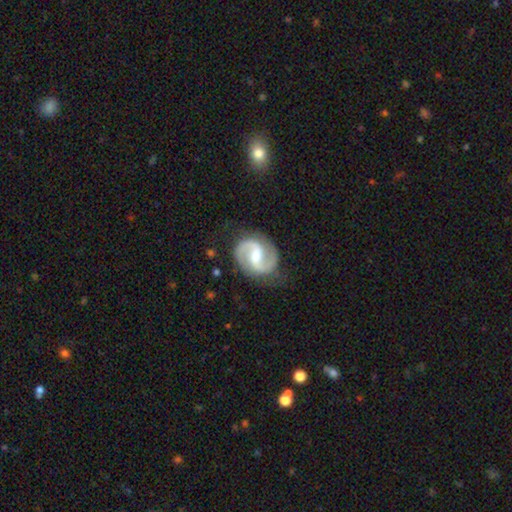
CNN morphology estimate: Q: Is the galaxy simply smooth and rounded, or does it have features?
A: featured or disk — 91%.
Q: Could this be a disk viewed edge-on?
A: no — 98%.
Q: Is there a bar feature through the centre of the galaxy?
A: weak — 53%.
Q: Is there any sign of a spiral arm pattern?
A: yes — 98%.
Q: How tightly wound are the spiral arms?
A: medium — 59%.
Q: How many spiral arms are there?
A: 2 — 94%.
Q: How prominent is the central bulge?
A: moderate — 60%.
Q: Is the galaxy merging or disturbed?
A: none — 83%.